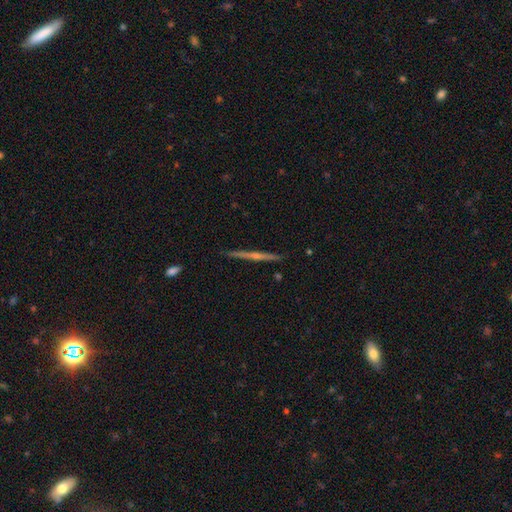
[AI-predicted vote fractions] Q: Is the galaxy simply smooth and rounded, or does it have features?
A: featured or disk — 75%.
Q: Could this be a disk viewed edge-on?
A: yes — 98%.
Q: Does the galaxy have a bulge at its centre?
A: rounded — 64%.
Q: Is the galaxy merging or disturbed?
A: none — 91%.